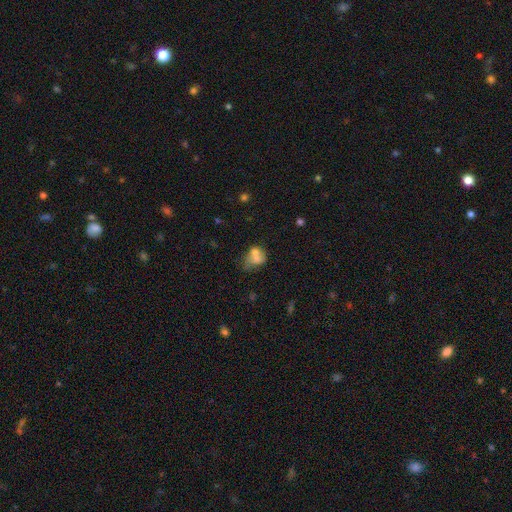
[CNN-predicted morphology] This appears to be a smooth galaxy with no disk features (65%) that is in between round and cigar-shaped (58%). Merging: merger (49%).